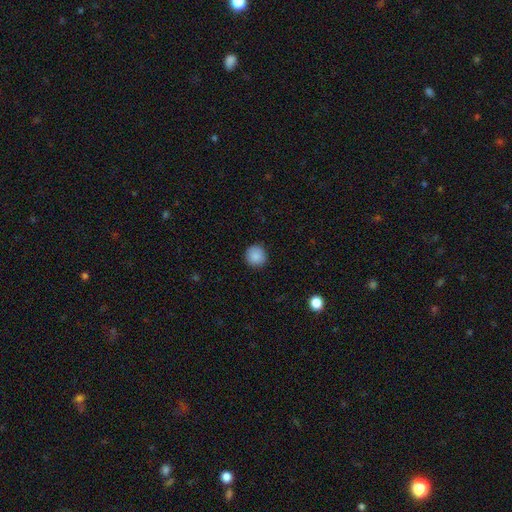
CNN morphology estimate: Smooth or featured: smooth — 88% (star or artifact — 9%)
How rounded: round — 94% (in between — 5%)
Merging: none — 90% (minor disturbance — 7%)